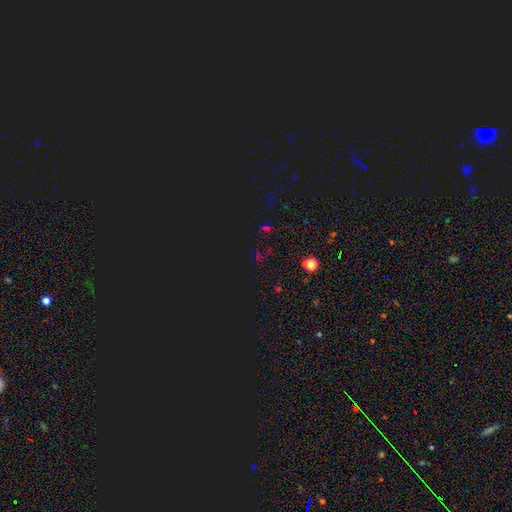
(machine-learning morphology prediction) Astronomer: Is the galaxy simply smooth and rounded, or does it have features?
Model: star or artifact — 76%.